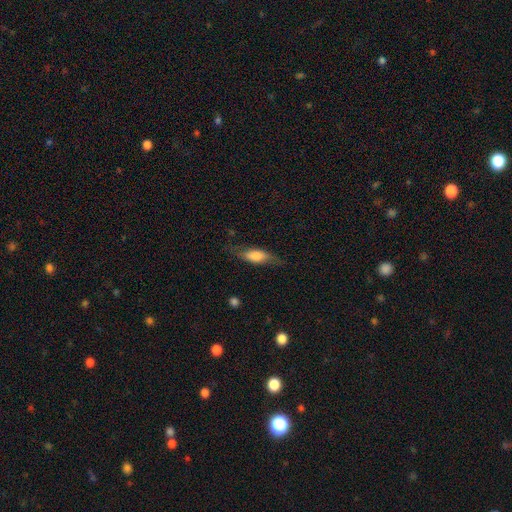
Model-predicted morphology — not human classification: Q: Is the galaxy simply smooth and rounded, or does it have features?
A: smooth — 62%.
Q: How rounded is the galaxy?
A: in between — 63%.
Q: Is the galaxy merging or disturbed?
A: none — 66%.